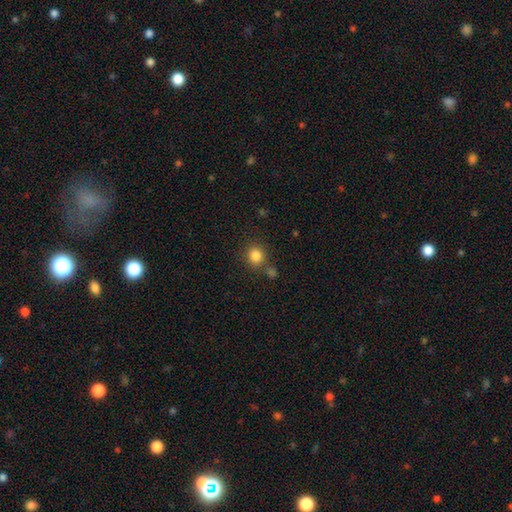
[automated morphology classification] Q: Smooth or featured?
A: smooth (84%); runner-up: star or artifact (11%)
Q: How rounded?
A: round (86%); runner-up: in between (13%)
Q: Merging?
A: none (76%); runner-up: merger (10%)